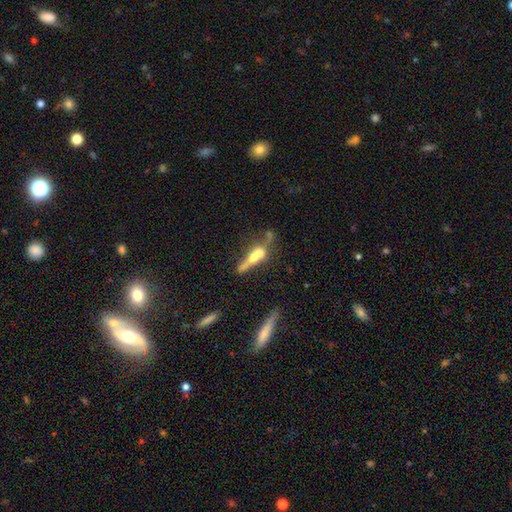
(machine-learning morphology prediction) Smooth or featured: featured or disk — 52% (smooth — 37%)
Edge-on disk: yes — 64% (no — 36%)
Merging: merger — 40% (none — 29%)